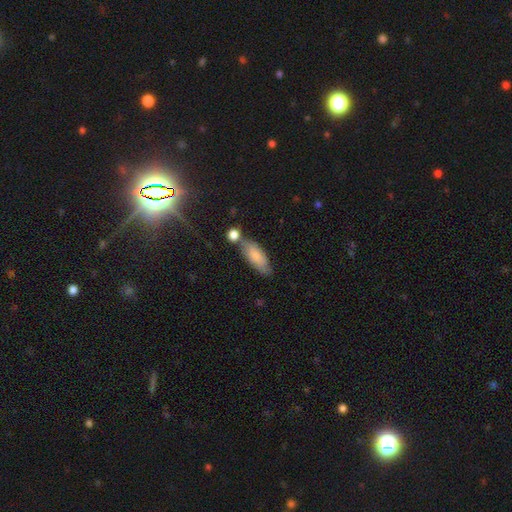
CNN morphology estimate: The model was most divided on "merging": none: 57%, minor disturbance: 20%, merger: 17%, major disturbance: 5%. More confident: smooth or featured — smooth (79%); how rounded — in between (73%).